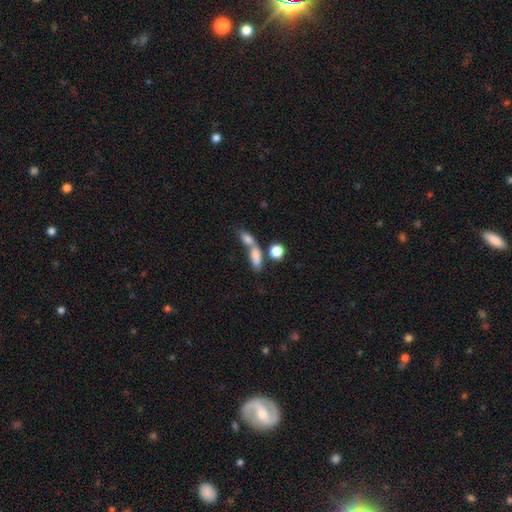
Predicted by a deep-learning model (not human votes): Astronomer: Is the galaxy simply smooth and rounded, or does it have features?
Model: smooth — 74%.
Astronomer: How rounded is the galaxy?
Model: in between — 66%.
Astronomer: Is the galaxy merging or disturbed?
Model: merger — 57%.